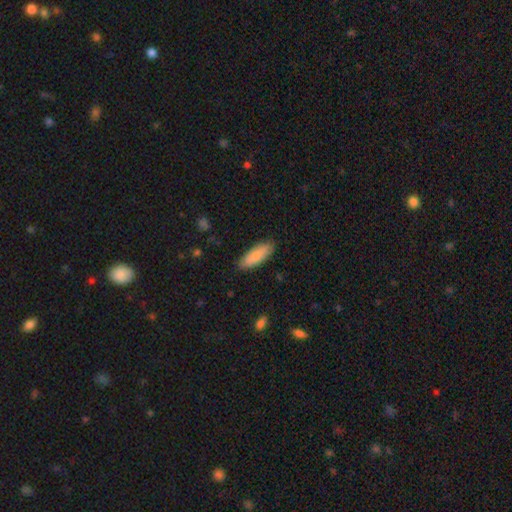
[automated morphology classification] Overall: smooth (82%). How rounded: in between (72%). Merging: none (85%).